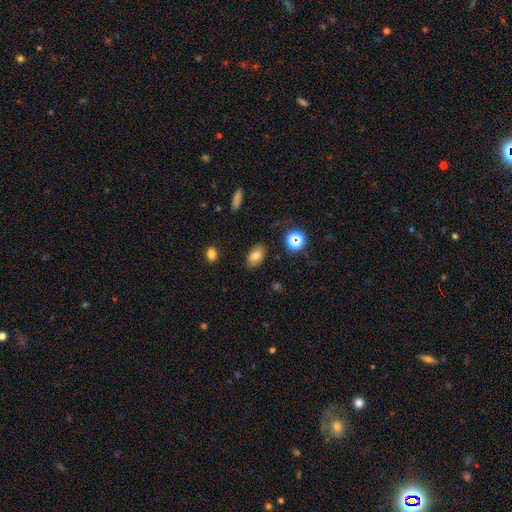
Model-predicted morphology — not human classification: smooth-or-featured: smooth: 75% | featured or disk: 13% | star or artifact: 12%
  how-rounded: in between: 88% | round: 10% | cigar-shaped: 2%
  merging: none: 85% | minor disturbance: 10% | major disturbance: 3% | merger: 2%